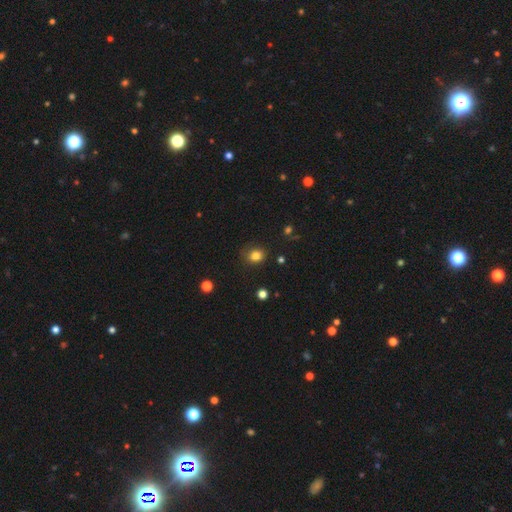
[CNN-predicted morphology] Smooth or featured? Predicted: smooth (p=0.82). How rounded? Predicted: round (p=0.68). Merging? Predicted: none (p=0.77).